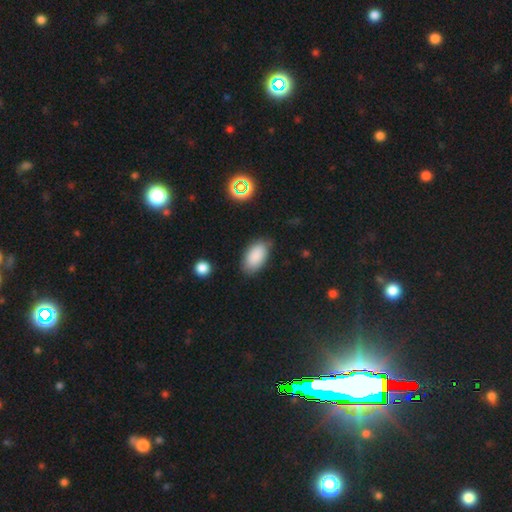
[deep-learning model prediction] smooth-or-featured: smooth: 87% | star or artifact: 8% | featured or disk: 5%
  how-rounded: in between: 94% | round: 3% | cigar-shaped: 3%
  merging: none: 80% | minor disturbance: 15% | major disturbance: 3% | merger: 2%